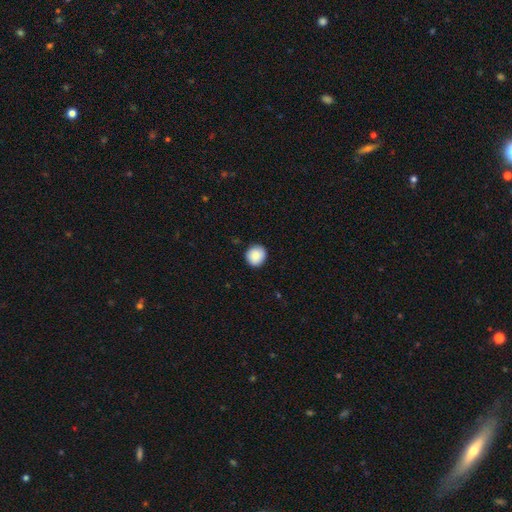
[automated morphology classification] This appears to be a smooth galaxy with no disk features (88%) that is round (91%). Merging: none (91%).